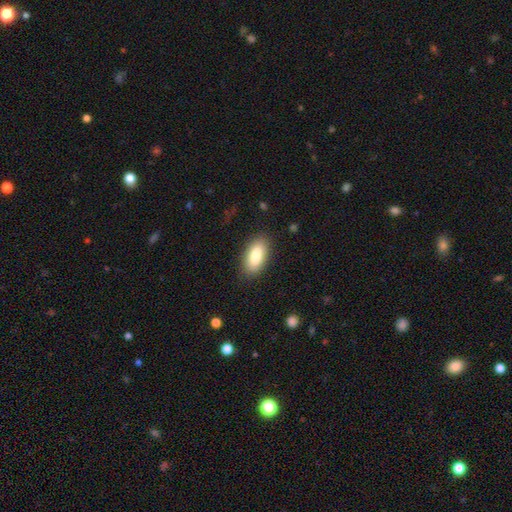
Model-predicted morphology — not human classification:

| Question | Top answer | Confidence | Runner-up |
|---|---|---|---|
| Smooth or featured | smooth | 85% | featured or disk (9%) |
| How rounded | in between | 90% | cigar-shaped (7%) |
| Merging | none | 85% | minor disturbance (11%) |